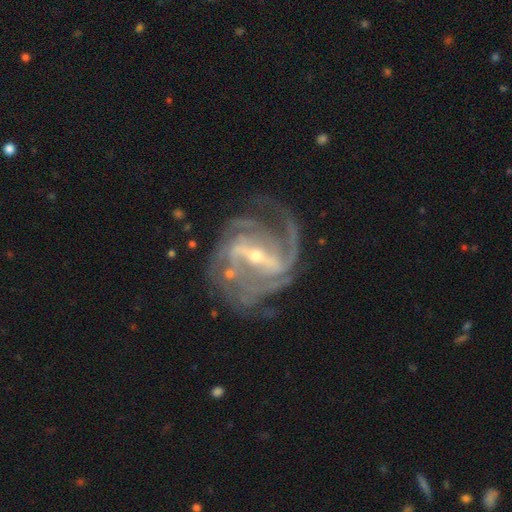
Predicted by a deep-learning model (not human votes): The model was most divided on "spiral arm count": 2: 32%, 3: 28%, 4: 16%, can't tell: 12%, more than 4: 6%, 1: 6%. Remaining: spiral arms — yes (97%); edge-on disk — no (97%); smooth or featured — featured or disk (92%); bar — strong (71%); merging — none (66%); bulge size — small (65%); spiral winding — medium (49%).